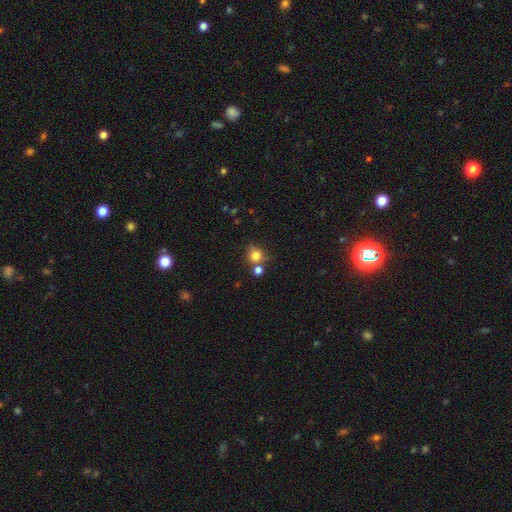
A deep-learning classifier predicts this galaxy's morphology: type=smooth (79%); roundness=round (84%); merging=none (61%).